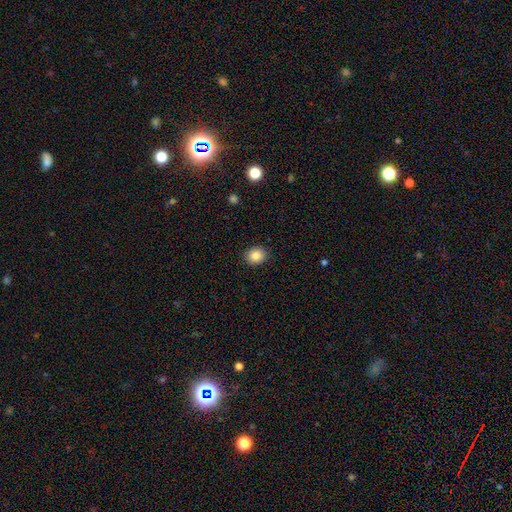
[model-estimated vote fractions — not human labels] smooth 85%, star or artifact 9%, featured or disk 5%. Down the decision tree: how rounded — round (66%); merging — none (90%).